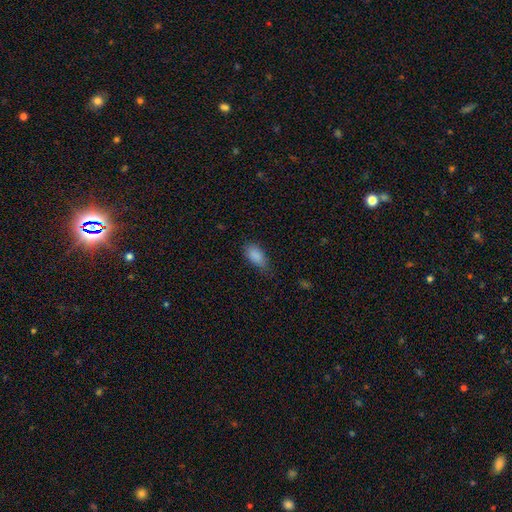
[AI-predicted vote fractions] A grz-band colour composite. It shows a smooth galaxy with no disk features (87%) that is in between round and cigar-shaped (90%). Merging: none (61%).